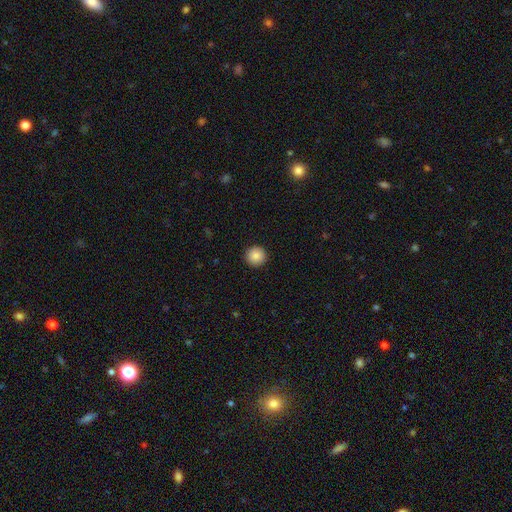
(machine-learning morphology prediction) A smooth galaxy with no disk features (87%) that is round (96%). Merging: none (93%).